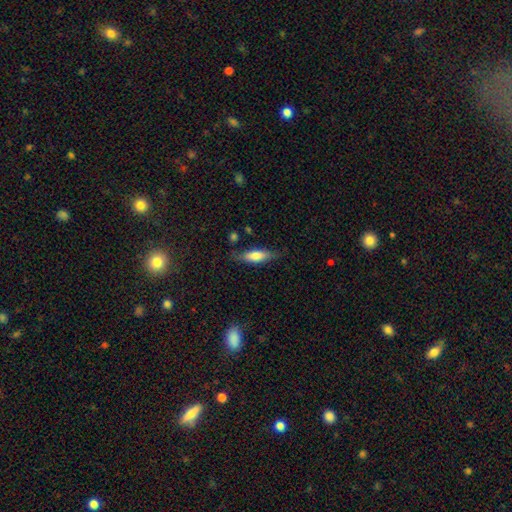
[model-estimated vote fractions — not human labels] smooth_or_featured: smooth (p=0.66) [alt: featured or disk p=0.28]
how_rounded: in between (p=0.53) [alt: cigar-shaped p=0.44]
merging: none (p=0.73) [alt: minor disturbance p=0.19]